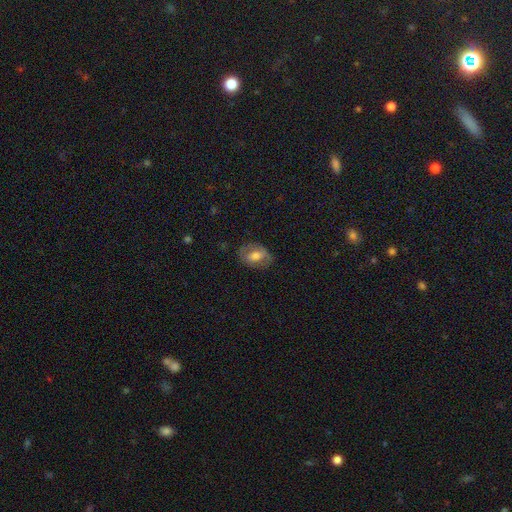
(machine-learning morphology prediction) Q: Smooth or featured?
A: smooth (54%); runner-up: featured or disk (38%)
Q: How rounded?
A: in between (79%); runner-up: round (19%)
Q: Merging?
A: none (74%); runner-up: minor disturbance (18%)